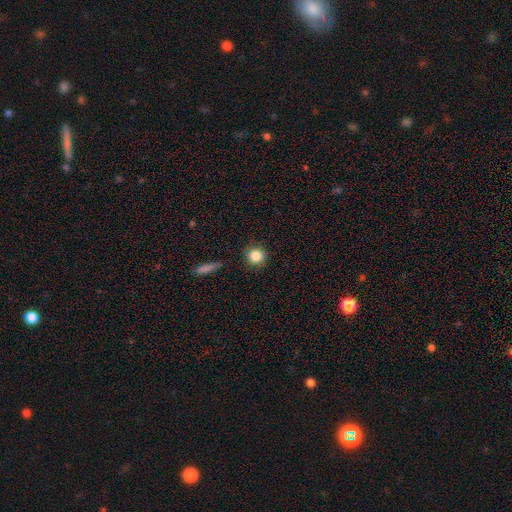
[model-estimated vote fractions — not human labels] This is clearly a smooth galaxy (84%). How rounded: clearly round (92%). Merging: clearly none (88%).